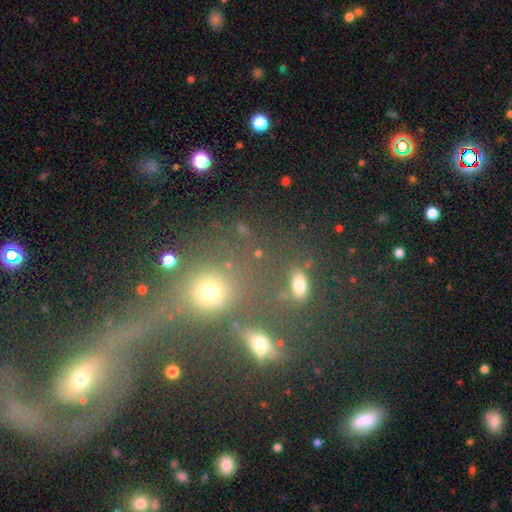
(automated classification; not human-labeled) This appears to be a smooth galaxy with no disk features (50%) that is round (67%). Merging: none (48%).